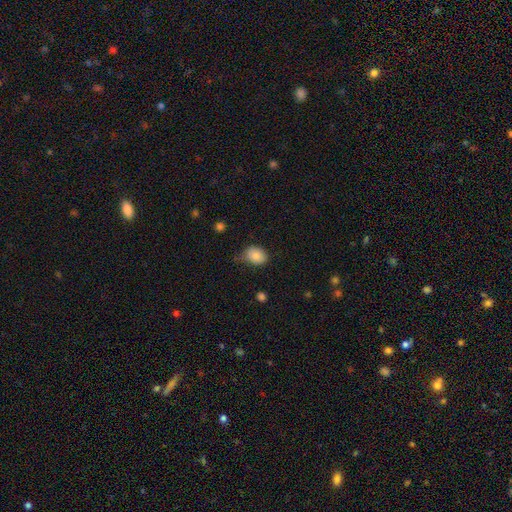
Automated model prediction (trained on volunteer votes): Smooth or featured? Predicted: smooth (p=0.85). How rounded? Predicted: in between (p=0.70). Merging? Predicted: none (p=0.60).